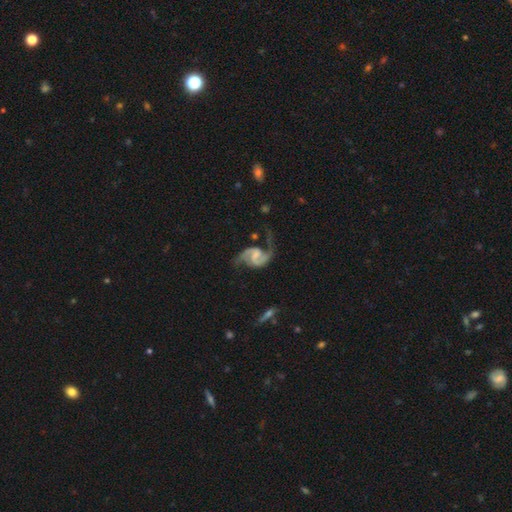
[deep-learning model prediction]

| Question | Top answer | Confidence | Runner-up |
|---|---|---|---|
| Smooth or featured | featured or disk | 90% | smooth (5%) |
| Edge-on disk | no | 98% | yes (2%) |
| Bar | weak | 51% | no (32%) |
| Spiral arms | yes | 97% | no (3%) |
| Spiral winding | loose | 45% | medium (44%) |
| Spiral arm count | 2 | 93% | 1 (2%) |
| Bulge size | none | 39% | small (31%) |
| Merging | none | 61% | minor disturbance (19%) |